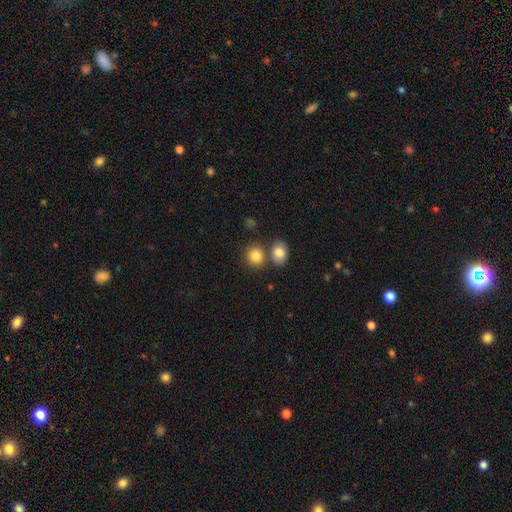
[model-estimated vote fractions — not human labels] A smooth galaxy with no disk features (83%) that is round (73%).

Vote fractions:
- Smooth or featured? smooth: 83% / star or artifact: 10% / featured or disk: 7%
- How rounded? round: 73% / in between: 26% / cigar-shaped: 1%
- Merging? none: 63% / merger: 25% / minor disturbance: 9% / major disturbance: 3%